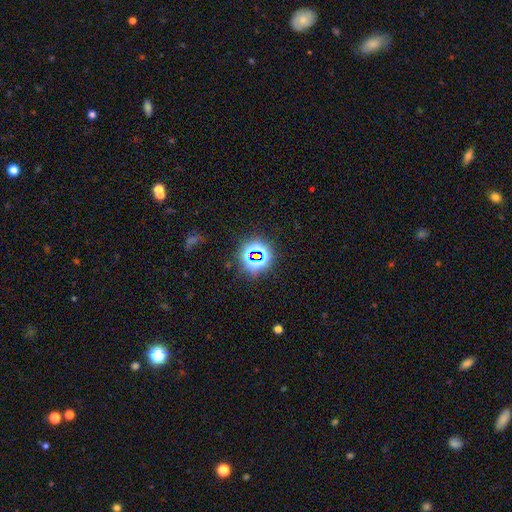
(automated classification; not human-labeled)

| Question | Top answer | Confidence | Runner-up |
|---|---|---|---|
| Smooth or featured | star or artifact | 73% | smooth (18%) |